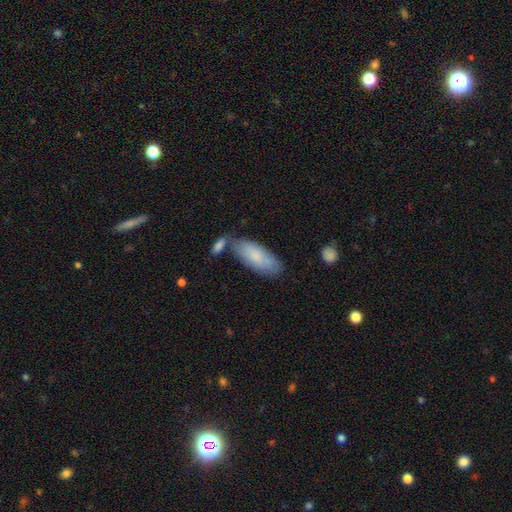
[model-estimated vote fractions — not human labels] smooth_or_featured: smooth (p=0.78) [alt: featured or disk p=0.17]
how_rounded: in between (p=0.80) [alt: cigar-shaped p=0.18]
merging: none (p=0.61) [alt: minor disturbance p=0.19]